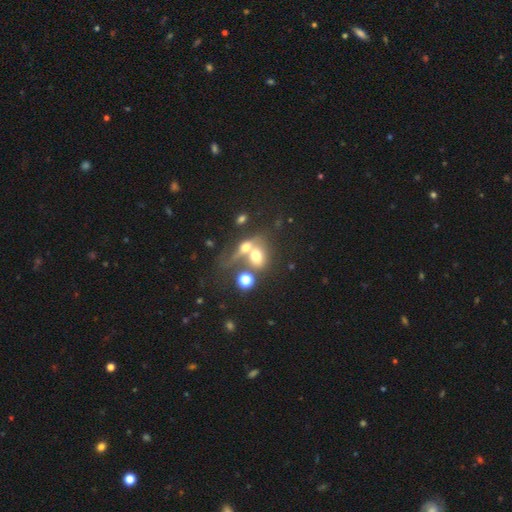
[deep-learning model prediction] Morphology: type=smooth (61%); roundness=in between (57%); merging=merger (64%).